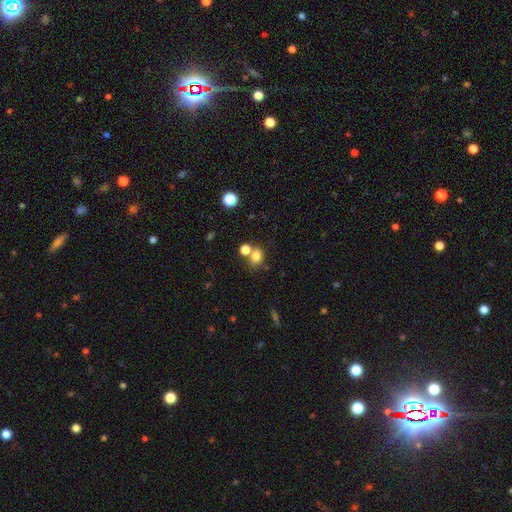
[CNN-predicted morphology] The model was most divided on "merging": none: 55%, merger: 31%, minor disturbance: 10%, major disturbance: 5%. More confident: smooth or featured — smooth (78%); how rounded — round (65%).